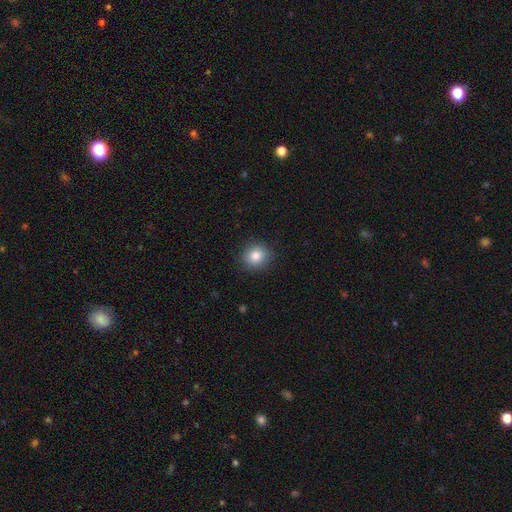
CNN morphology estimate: type=smooth (83%); roundness=round (84%); merging=none (89%).